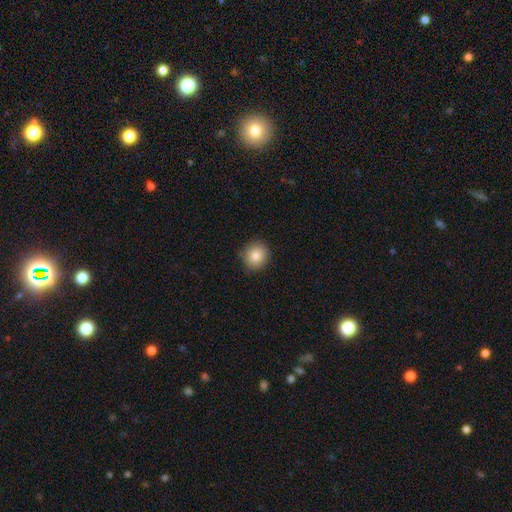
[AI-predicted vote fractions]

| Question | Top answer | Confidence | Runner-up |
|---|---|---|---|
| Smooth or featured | smooth | 84% | star or artifact (9%) |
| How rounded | round | 88% | in between (11%) |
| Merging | none | 89% | minor disturbance (8%) |